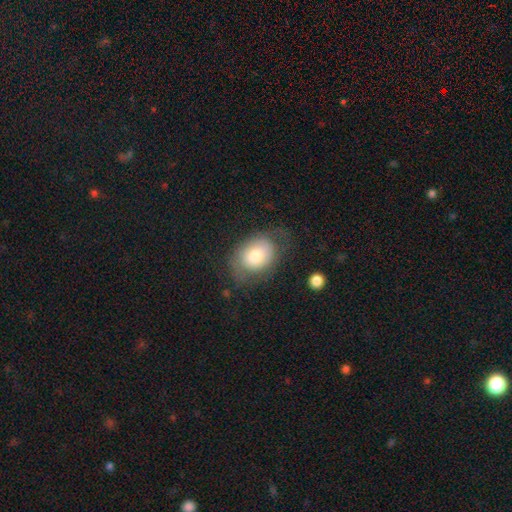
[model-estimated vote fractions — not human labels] Overall: smooth (71%). How rounded: in between (67%; round 32%). Merging: none (56%; minor disturbance 27%).